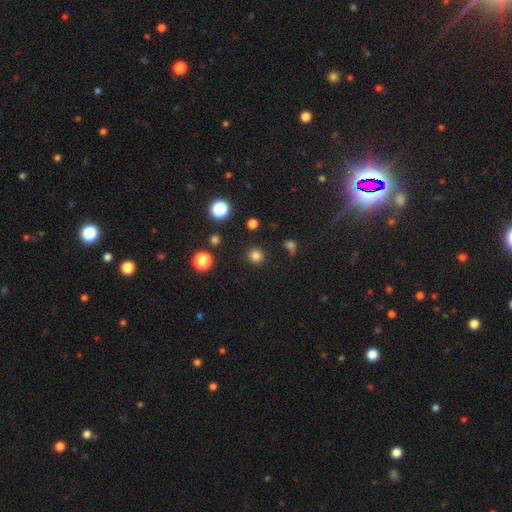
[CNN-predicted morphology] type=smooth (80%); roundness=round (95%); merging=none (90%).